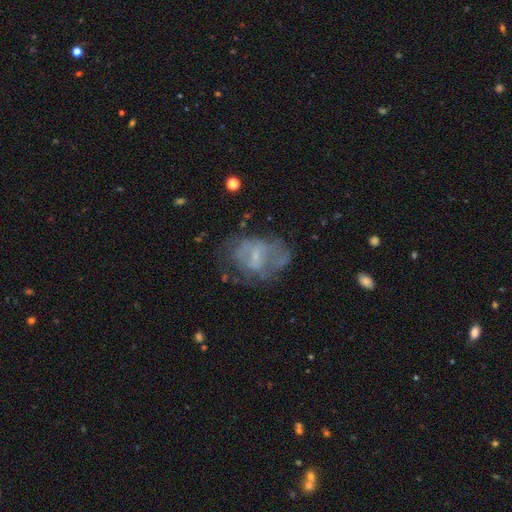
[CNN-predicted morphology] Smooth or featured: featured or disk — 57% (smooth — 30%)
Edge-on disk: no — 96% (yes — 4%)
Bar: no — 45% (weak — 43%)
Spiral arms: no — 61% (yes — 39%)
Bulge size: small — 54% (none — 25%)
Merging: none — 48% (major disturbance — 25%)